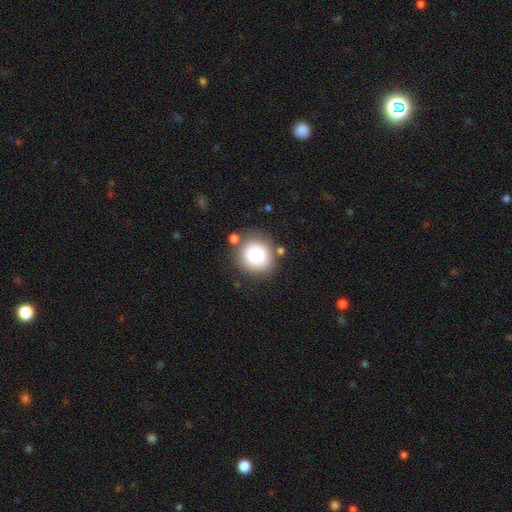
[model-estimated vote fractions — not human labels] Smooth or featured?
  - smooth: 76% *
  - featured or disk: 15%
  - star or artifact: 9%
How rounded?
  - round: 85% *
  - in between: 14%
  - cigar-shaped: 1%
Merging?
  - none: 72% *
  - minor disturbance: 14%
  - merger: 9%
  - major disturbance: 5%